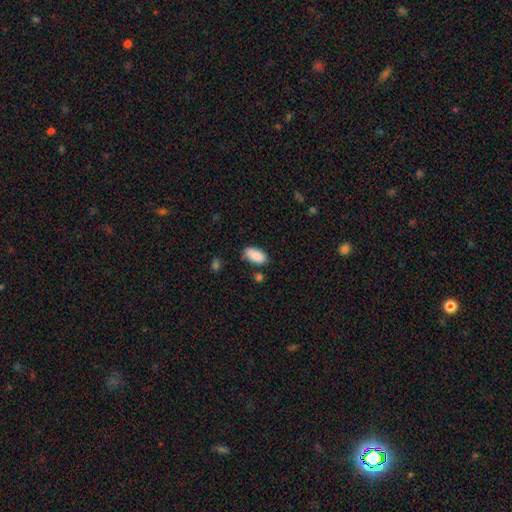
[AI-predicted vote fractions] smooth-or-featured: smooth: 88% | star or artifact: 7% | featured or disk: 5%
  how-rounded: in between: 94% | cigar-shaped: 3% | round: 3%
  merging: none: 74% | minor disturbance: 18% | merger: 4% | major disturbance: 4%